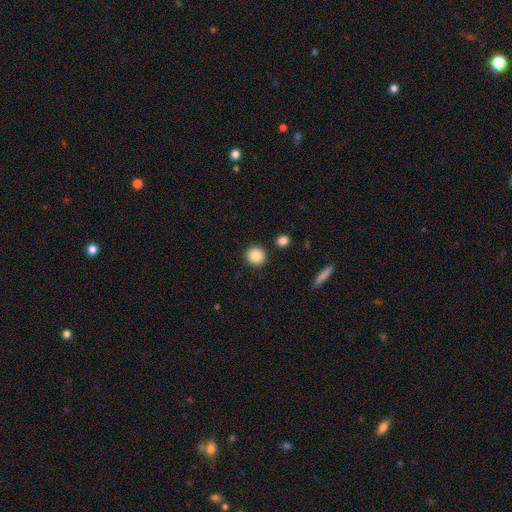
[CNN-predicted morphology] Smooth or featured? smooth (87%)
How rounded? round (92%)
Merging? none (89%)